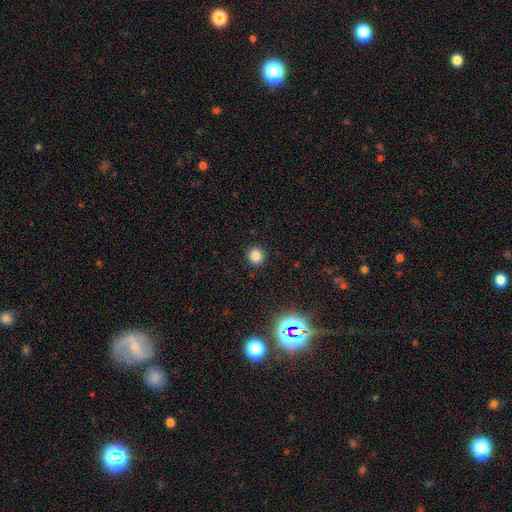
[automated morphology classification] Smooth or featured?
  - smooth: 81% *
  - star or artifact: 15%
  - featured or disk: 5%
How rounded?
  - round: 93% *
  - in between: 6%
  - cigar-shaped: 1%
Merging?
  - none: 92% *
  - minor disturbance: 5%
  - major disturbance: 2%
  - merger: 1%